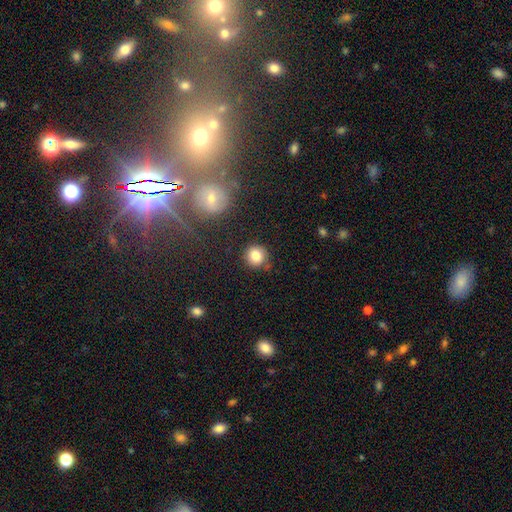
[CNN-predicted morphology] Smooth or featured? Predicted: smooth (p=0.82). How rounded? Predicted: round (p=0.91). Merging? Predicted: none (p=0.82).